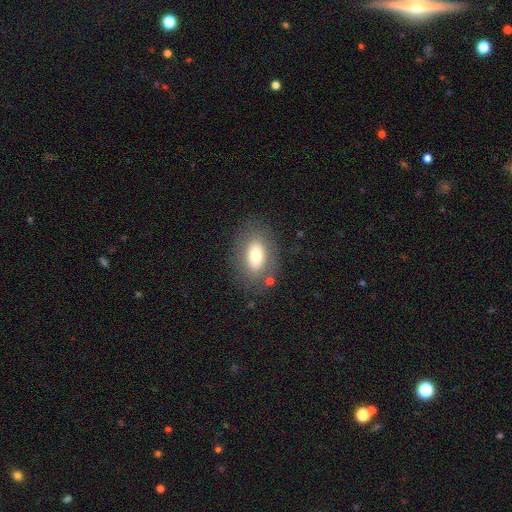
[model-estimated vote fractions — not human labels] Smooth or featured? Predicted: smooth (p=0.70). How rounded? Predicted: in between (p=0.88). Merging? Predicted: none (p=0.79).